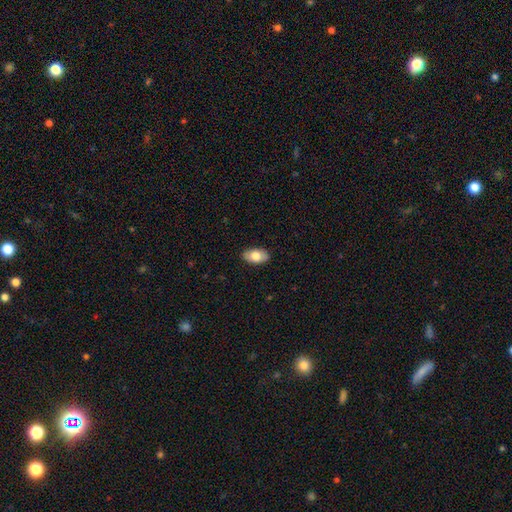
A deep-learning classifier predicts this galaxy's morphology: This is likely a smooth galaxy (75%). How rounded: clearly in between (93%). Merging: clearly none (88%).